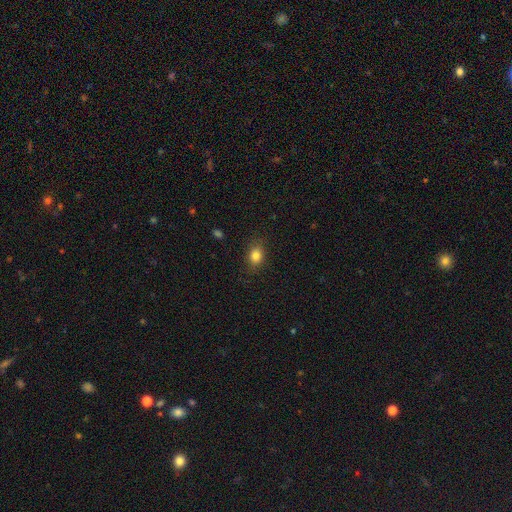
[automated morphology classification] Q: Smooth or featured?
A: smooth (83%); runner-up: star or artifact (10%)
Q: How rounded?
A: in between (64%); runner-up: round (35%)
Q: Merging?
A: none (85%); runner-up: minor disturbance (11%)